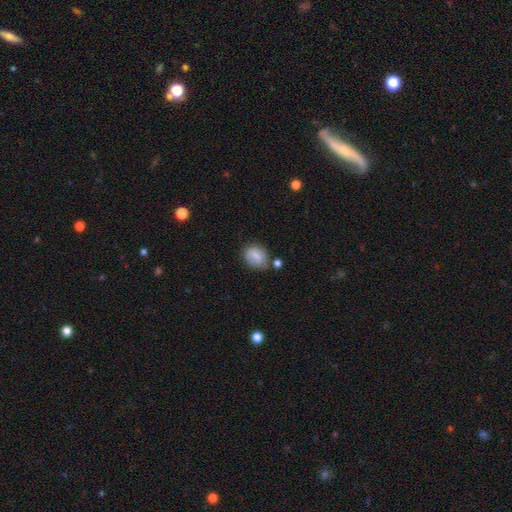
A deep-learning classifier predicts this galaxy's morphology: Overall: smooth (79%). How rounded: in between (62%; round 37%). Merging: none (63%; minor disturbance 23%).